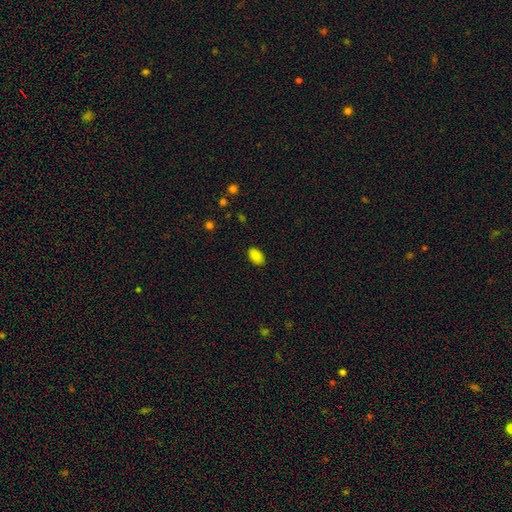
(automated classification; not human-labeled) Morphology: type=smooth (88%); roundness=in between (91%); merging=none (87%).